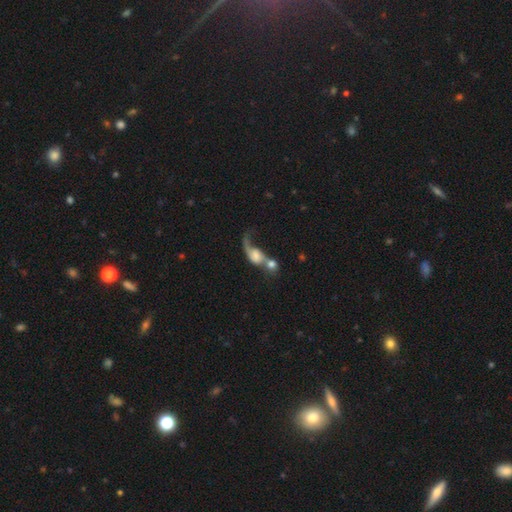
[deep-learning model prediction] Smooth or featured: featured or disk — 48% (smooth — 42%)
Merging: merger — 65% (major disturbance — 17%)